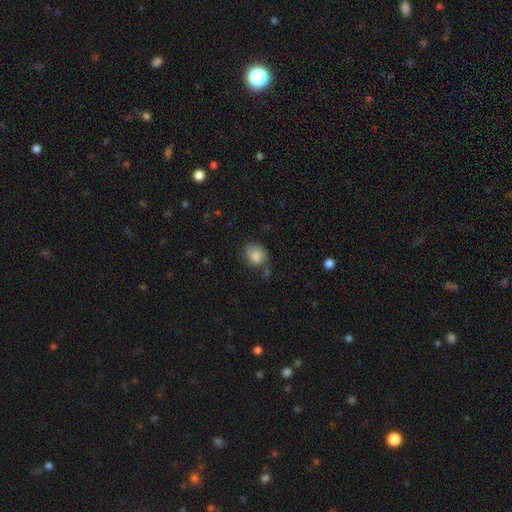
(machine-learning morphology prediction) type=smooth (83%); roundness=round (58%); merging=none (56%).